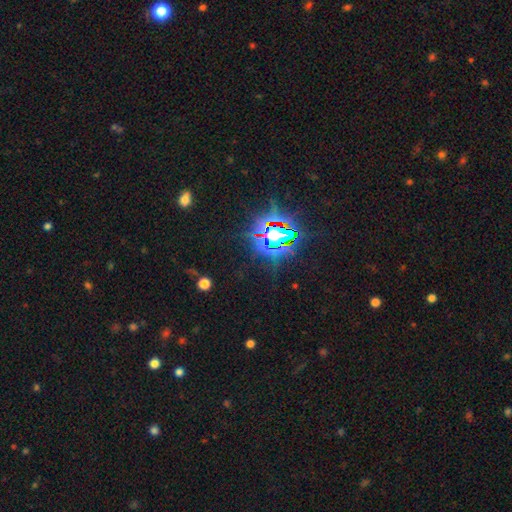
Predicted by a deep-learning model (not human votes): This appears to be a star or artifact, not a galaxy (84%).